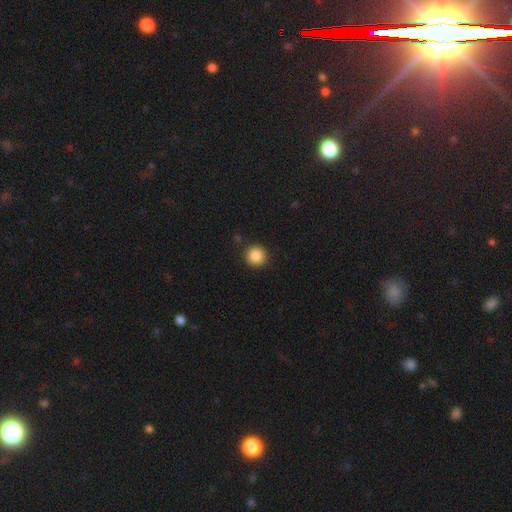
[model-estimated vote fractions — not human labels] A smooth galaxy with no disk features (87%) that is round (95%). Merging: none (90%).